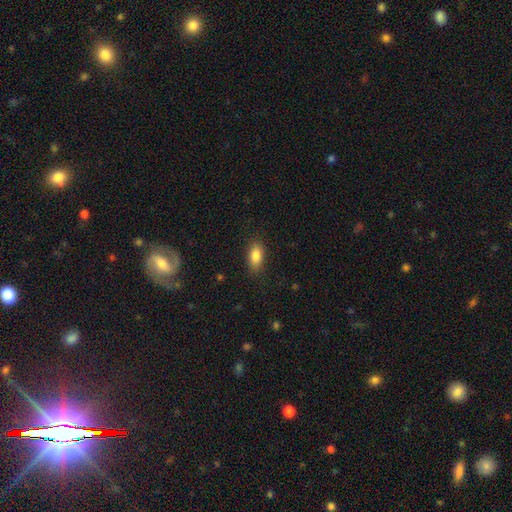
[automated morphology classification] The model was most divided on "smooth or featured": smooth: 84%, featured or disk: 8%, star or artifact: 8%. More confident: how rounded — in between (87%); merging — none (86%).